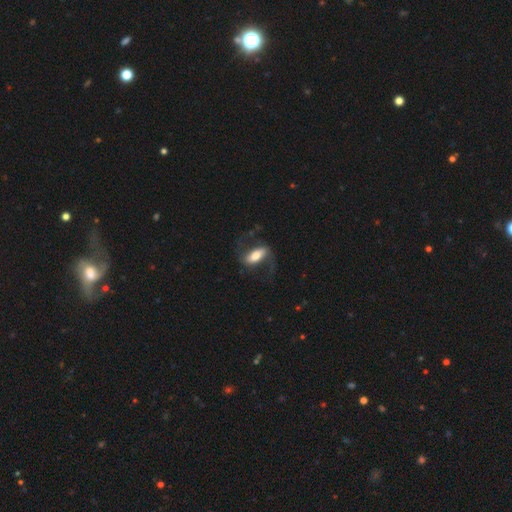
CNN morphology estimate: smooth_or_featured: featured or disk (p=0.66) [alt: smooth p=0.28]
disk_edge_on: no (p=0.88) [alt: yes p=0.12]
bar: strong (p=0.53) [alt: weak p=0.28]
has_spiral_arms: yes (p=0.87) [alt: no p=0.13]
spiral_winding: loose (p=0.65) [alt: medium p=0.28]
spiral_arm_count: 2 (p=0.89) [alt: 1 p=0.04]
bulge_size: moderate (p=0.52) [alt: large p=0.26]
merging: none (p=0.65) [alt: major disturbance p=0.18]